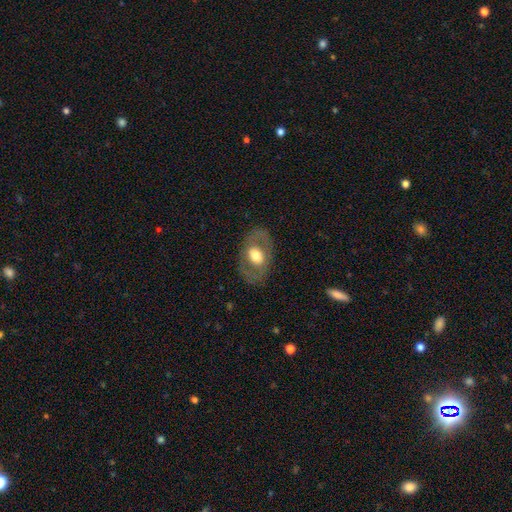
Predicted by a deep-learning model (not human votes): smooth_or_featured: featured or disk (p=0.50) [alt: smooth p=0.43]
disk_edge_on: no (p=0.91) [alt: yes p=0.09]
merging: none (p=0.79) [alt: minor disturbance p=0.13]